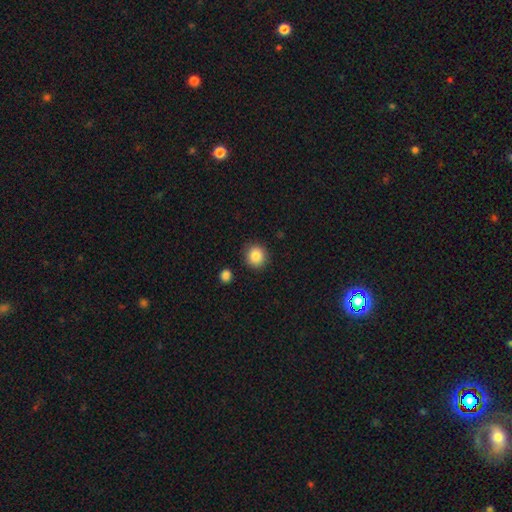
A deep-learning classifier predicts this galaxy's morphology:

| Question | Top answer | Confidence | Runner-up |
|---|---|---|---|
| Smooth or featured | smooth | 87% | star or artifact (9%) |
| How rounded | round | 90% | in between (9%) |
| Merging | none | 89% | minor disturbance (7%) |